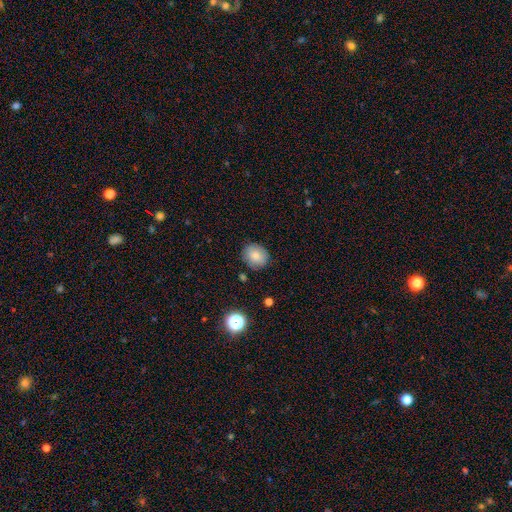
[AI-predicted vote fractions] Morphology: type=smooth (81%); roundness=round (72%); merging=none (82%).